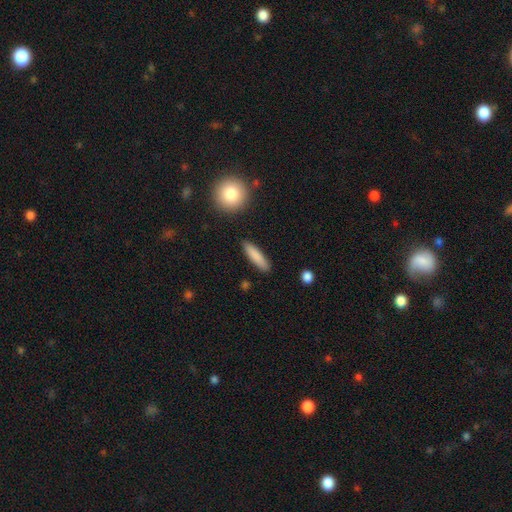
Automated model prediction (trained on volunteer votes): This appears to be a smooth galaxy with no disk features (83%) that is cigar-shaped (77%). Merging: none (89%).